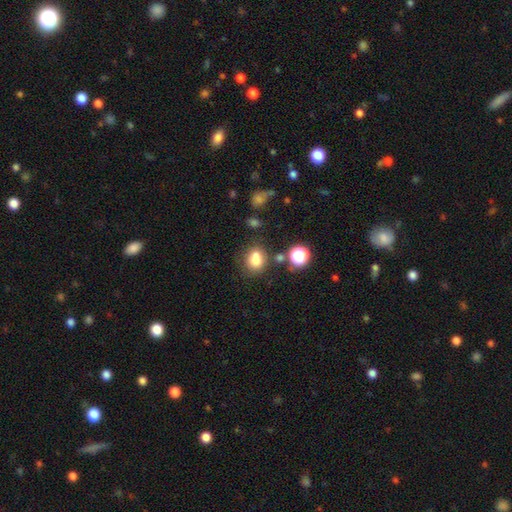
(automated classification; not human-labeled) This appears to be a smooth galaxy with no disk features (78%) that is in between round and cigar-shaped (53%). Merging: none (62%).